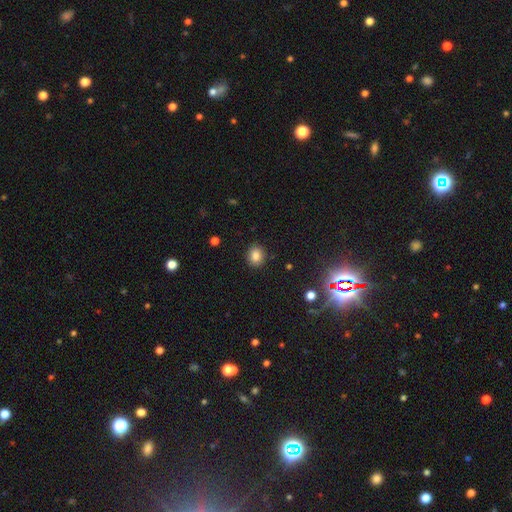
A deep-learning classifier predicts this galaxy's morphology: smooth 83%, star or artifact 11%, featured or disk 5%. Down the decision tree: how rounded — round (66%); merging — none (89%).